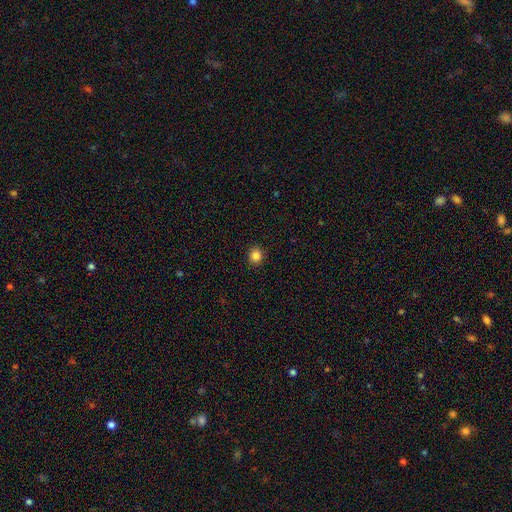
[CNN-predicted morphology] type=smooth (84%); roundness=round (84%); merging=none (91%).